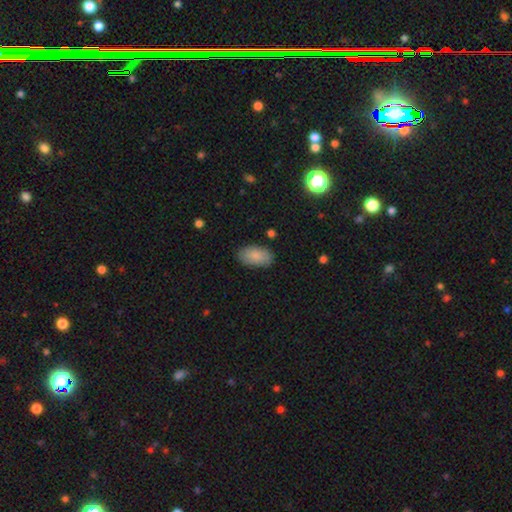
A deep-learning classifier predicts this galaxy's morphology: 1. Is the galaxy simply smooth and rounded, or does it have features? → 86% smooth, 8% featured or disk, 6% star or artifact.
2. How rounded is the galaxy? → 95% in between, 3% round, 2% cigar-shaped.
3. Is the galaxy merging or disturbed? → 84% none, 12% minor disturbance, 3% major disturbance, 1% merger.